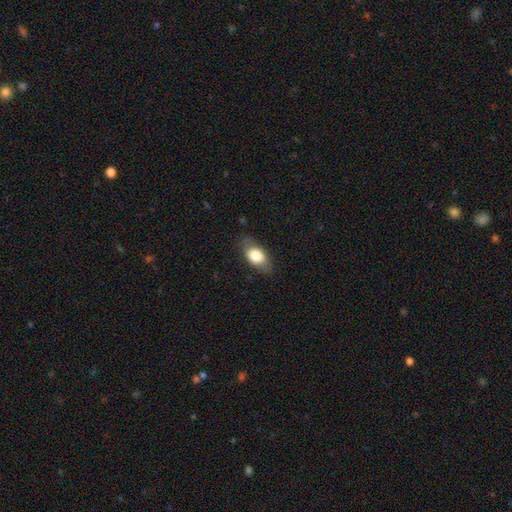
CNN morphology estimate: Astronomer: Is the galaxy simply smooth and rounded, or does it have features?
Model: smooth — 73%.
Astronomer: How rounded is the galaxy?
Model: in between — 86%.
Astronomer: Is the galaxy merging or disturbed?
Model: none — 79%.